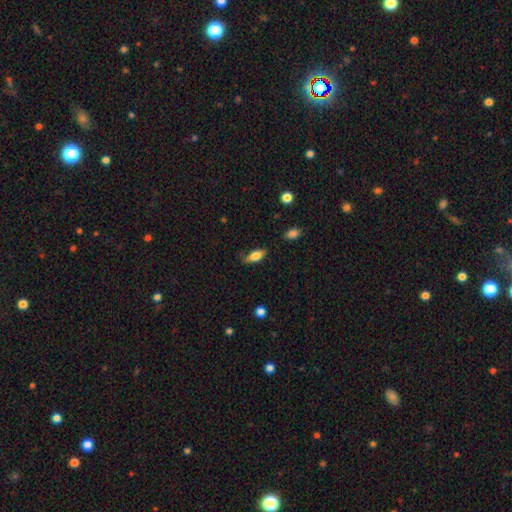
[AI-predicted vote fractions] Morphology: type=smooth (72%); roundness=in between (78%); merging=none (74%).